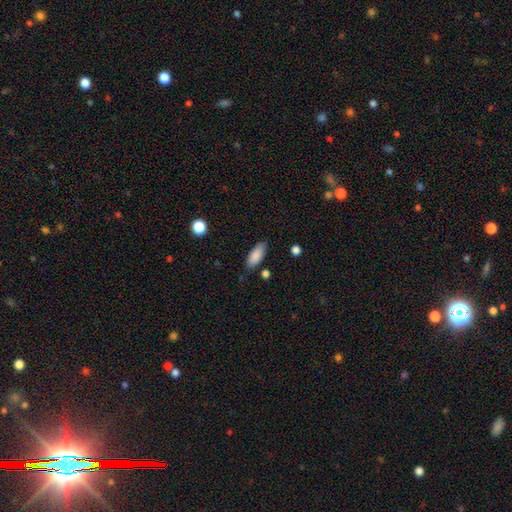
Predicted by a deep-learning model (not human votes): Morphology: type=smooth (87%); roundness=in between (81%); merging=none (81%).